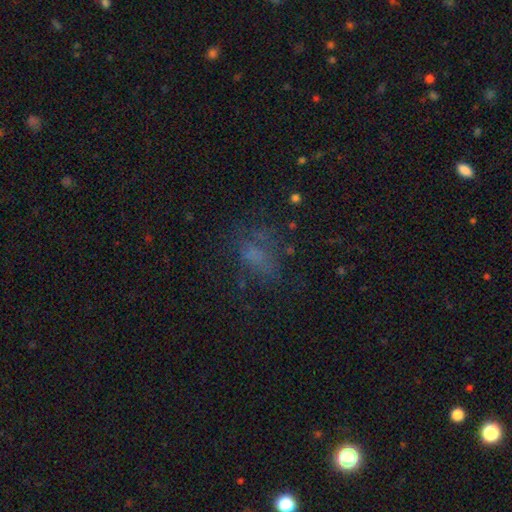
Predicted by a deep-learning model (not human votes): smooth-or-featured: smooth: 48% | star or artifact: 27% | featured or disk: 25%
  merging: none: 51% | major disturbance: 26% | minor disturbance: 20% | merger: 3%